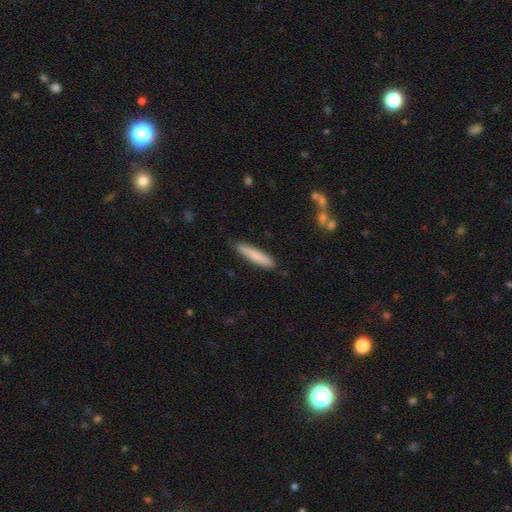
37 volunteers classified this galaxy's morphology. Smooth or featured: smooth — 76% (featured or disk — 22%)
How rounded: cigar-shaped — 93% (round — 4%)
Merging: none — 81% (minor disturbance — 11%)